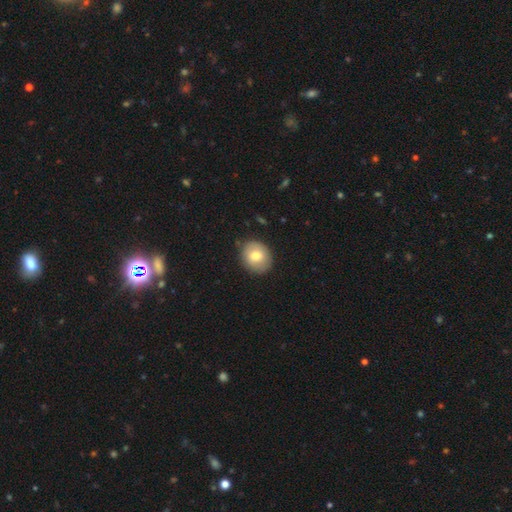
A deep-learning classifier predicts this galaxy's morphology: smooth_or_featured: smooth (p=0.75) [alt: featured or disk p=0.17]
how_rounded: round (p=0.66) [alt: in between p=0.33]
merging: none (p=0.83) [alt: minor disturbance p=0.13]